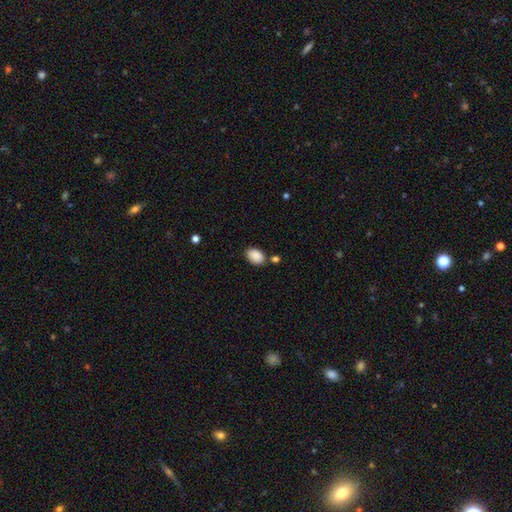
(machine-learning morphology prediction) smooth-or-featured: smooth: 89% | star or artifact: 8% | featured or disk: 4%
  how-rounded: in between: 86% | round: 12% | cigar-shaped: 1%
  merging: none: 74% | minor disturbance: 13% | merger: 9% | major disturbance: 3%